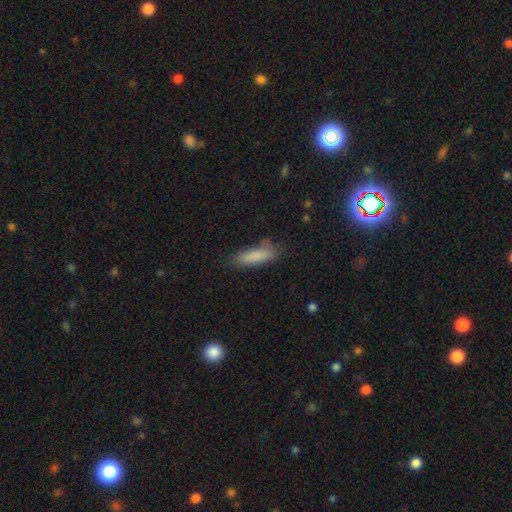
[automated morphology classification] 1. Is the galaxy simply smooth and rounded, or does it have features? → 85% smooth, 8% star or artifact, 8% featured or disk.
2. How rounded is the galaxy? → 57% cigar-shaped, 41% in between, 2% round.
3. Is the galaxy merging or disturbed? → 74% none, 19% minor disturbance, 5% major disturbance, 2% merger.